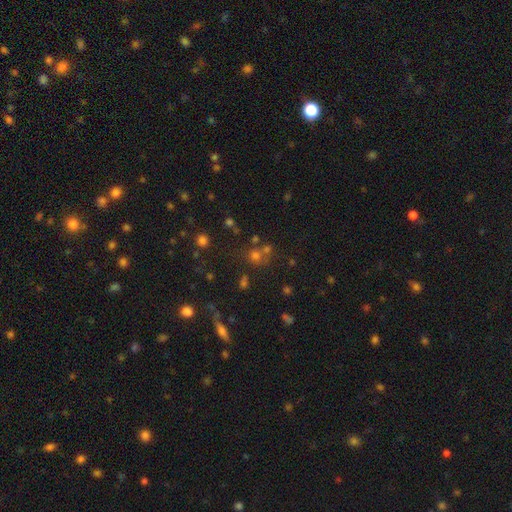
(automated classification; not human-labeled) The model was most divided on "smooth or featured": smooth: 52%, star or artifact: 37%, featured or disk: 12%. More confident: how rounded — round (83%); merging — none (59%).